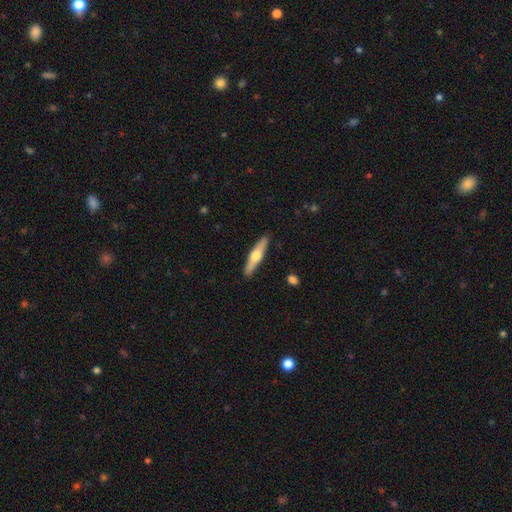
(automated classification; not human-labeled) This appears to be a featured or disk galaxy (52%) viewed edge-on (94%). Merging: none (90%).